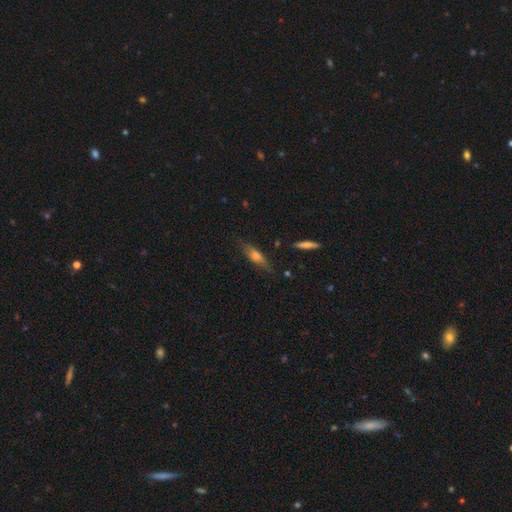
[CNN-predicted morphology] smooth-or-featured: featured or disk: 46% | smooth: 45% | star or artifact: 9%
  merging: none: 76% | minor disturbance: 18% | major disturbance: 4% | merger: 2%